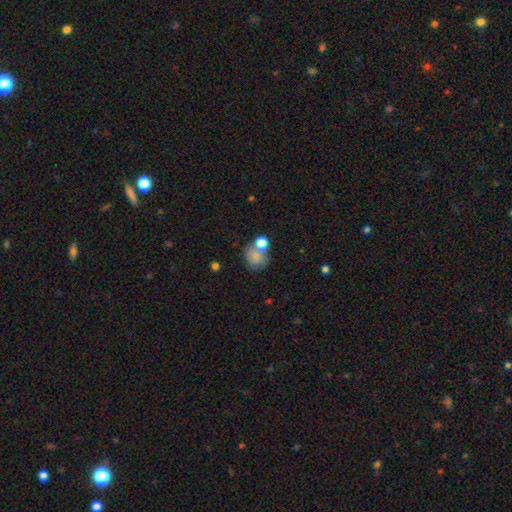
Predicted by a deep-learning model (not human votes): Morphology: type=smooth (77%); roundness=round (66%); merging=none (41%).